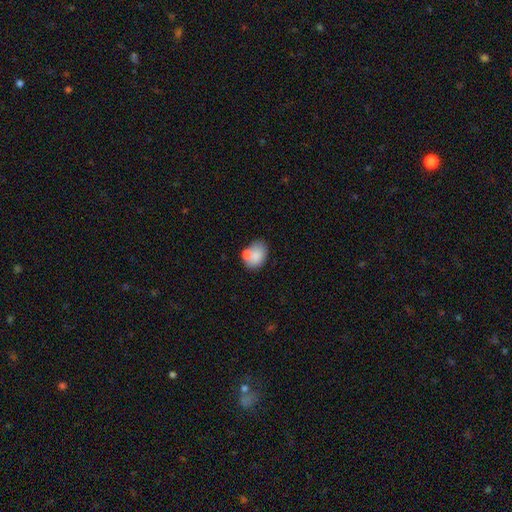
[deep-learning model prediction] The model was most divided on "merging": none: 53%, merger: 24%, minor disturbance: 18%, major disturbance: 6%. More confident: smooth or featured — smooth (78%); how rounded — in between (72%).